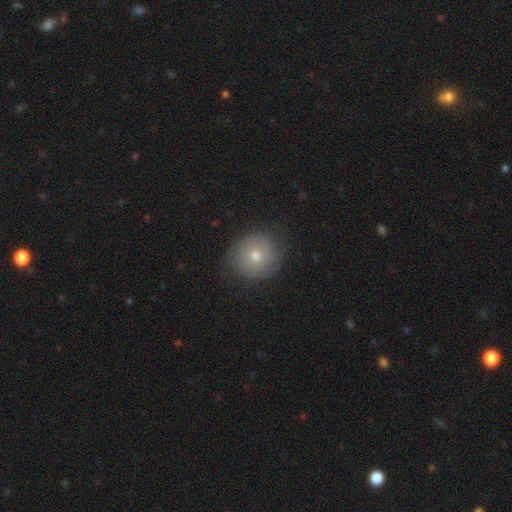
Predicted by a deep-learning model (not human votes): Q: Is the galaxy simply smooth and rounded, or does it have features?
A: smooth — 50%.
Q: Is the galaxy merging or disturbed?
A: none — 81%.